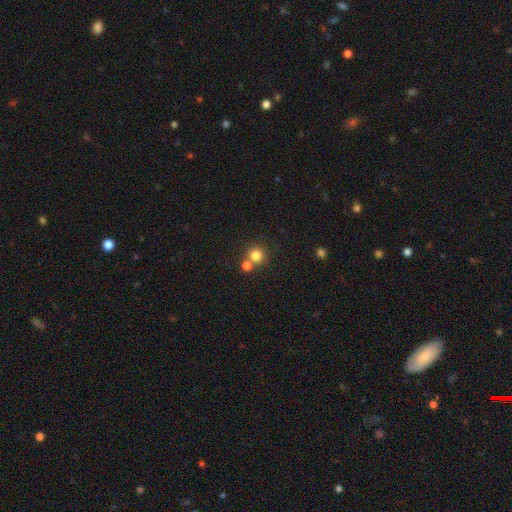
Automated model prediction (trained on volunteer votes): This is clearly a smooth galaxy (80%). How rounded: clearly round (92%). Merging: likely none (60%).